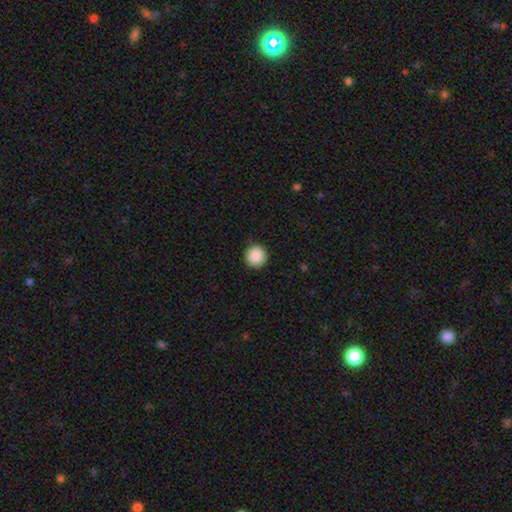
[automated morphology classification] smooth-or-featured: smooth: 89% | star or artifact: 8% | featured or disk: 3%
  how-rounded: round: 96% | in between: 3% | cigar-shaped: 1%
  merging: none: 91% | minor disturbance: 6% | major disturbance: 2% | merger: 1%